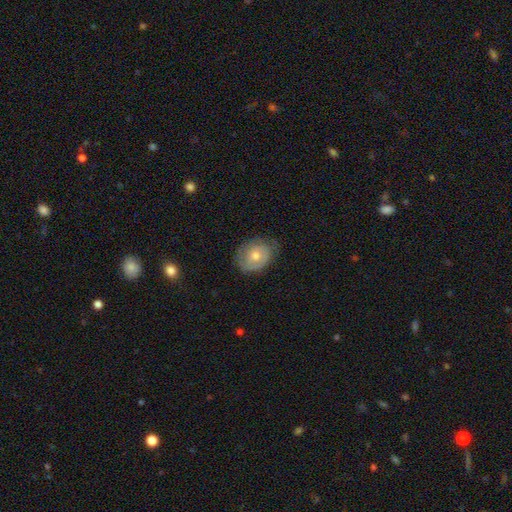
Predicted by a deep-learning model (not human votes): Smooth or featured?
  - featured or disk: 53% *
  - smooth: 39%
  - star or artifact: 8%
Edge-on disk?
  - no: 96% *
  - yes: 4%
Bar?
  - no: 76% *
  - weak: 21%
  - strong: 4%
Spiral arms?
  - yes: 69% *
  - no: 31%
Bulge size?
  - moderate: 65% *
  - small: 30%
  - large: 3%
  - none: 1%
  - dominant: 1%
Merging?
  - none: 71% *
  - minor disturbance: 22%
  - major disturbance: 6%
  - merger: 1%